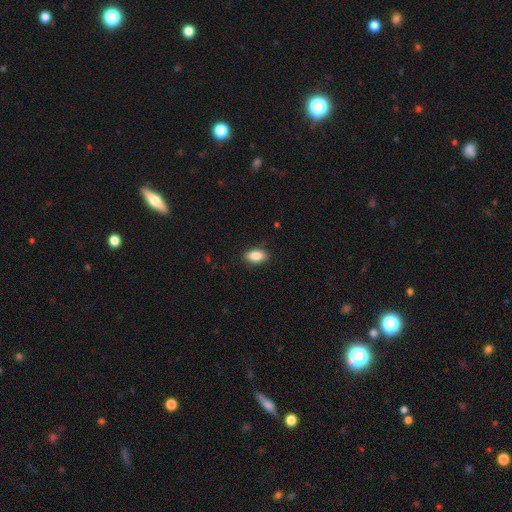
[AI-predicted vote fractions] Q: Smooth or featured?
A: smooth (87%); runner-up: star or artifact (7%)
Q: How rounded?
A: in between (91%); runner-up: round (6%)
Q: Merging?
A: none (87%); runner-up: minor disturbance (9%)